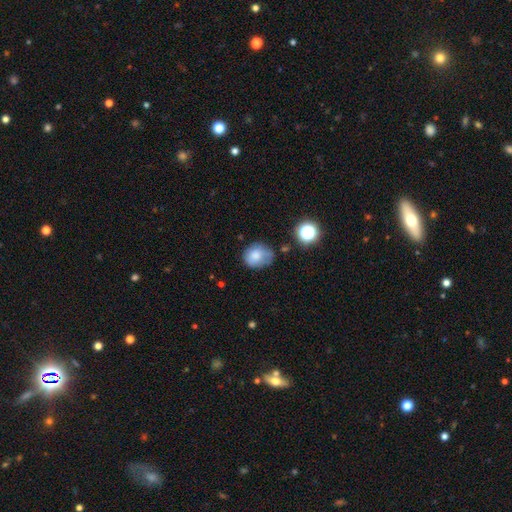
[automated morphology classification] Smooth or featured? Predicted: smooth (p=0.76). How rounded? Predicted: round (p=0.55). Merging? Predicted: none (p=0.47).